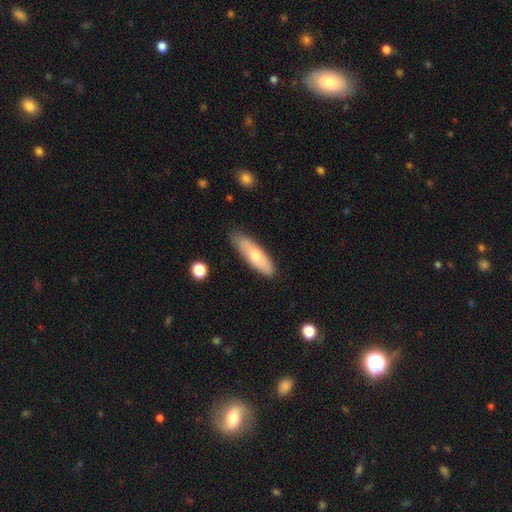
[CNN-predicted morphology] Overall: smooth (66%; featured or disk 28%). How rounded: cigar-shaped (53%; in between 45%). Merging: none (81%).